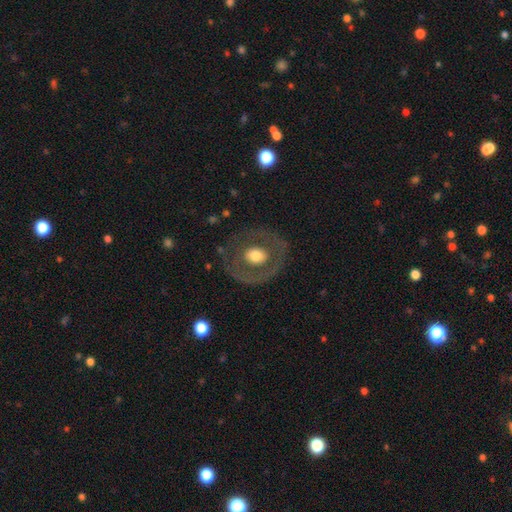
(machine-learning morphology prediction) smooth_or_featured: featured or disk (p=0.50) [alt: smooth p=0.44]
merging: none (p=0.76) [alt: minor disturbance p=0.13]